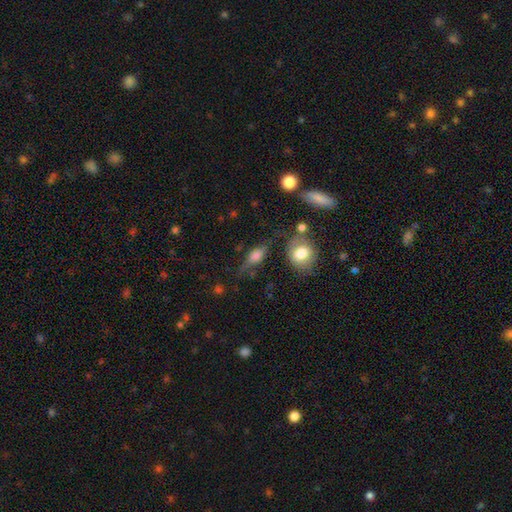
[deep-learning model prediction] Overall: featured or disk (50%; smooth 39%). Merging: none (63%).